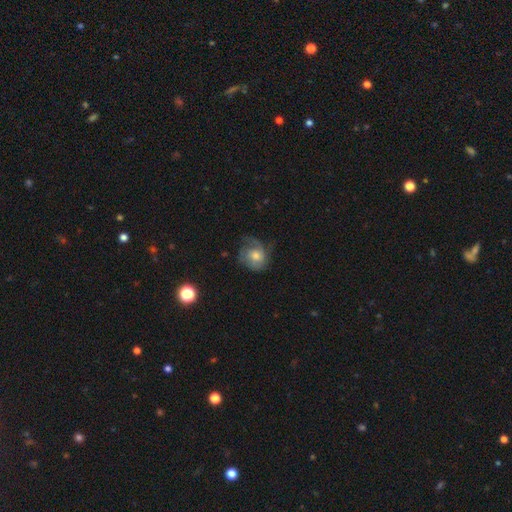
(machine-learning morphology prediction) Smooth or featured? Predicted: featured or disk (p=0.47). Merging? Predicted: none (p=0.51).